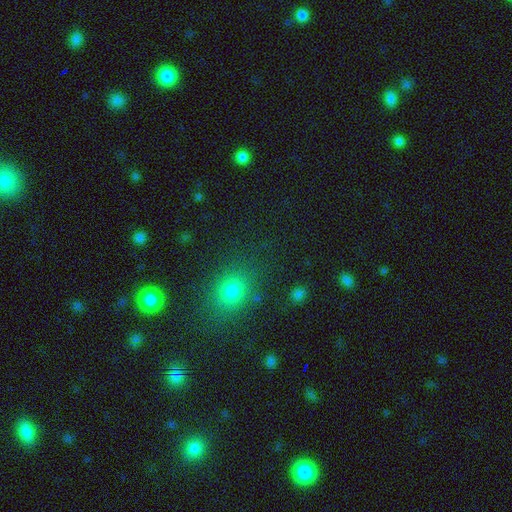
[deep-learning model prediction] Morphology: type=smooth (62%); roundness=round (69%); merging=none (88%).